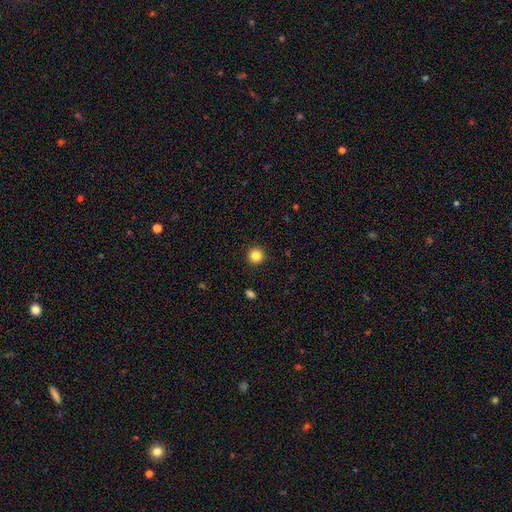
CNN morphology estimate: type=smooth (85%); roundness=round (95%); merging=none (92%).